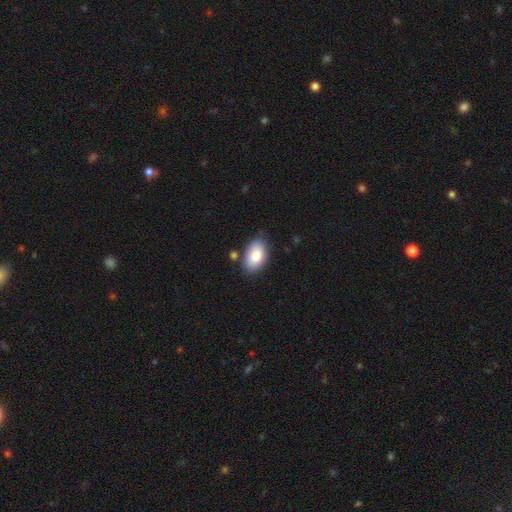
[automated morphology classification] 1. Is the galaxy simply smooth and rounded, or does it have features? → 85% smooth, 8% featured or disk, 6% star or artifact.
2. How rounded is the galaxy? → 93% in between, 6% round, 1% cigar-shaped.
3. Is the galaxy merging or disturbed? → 76% none, 15% minor disturbance, 5% merger, 4% major disturbance.